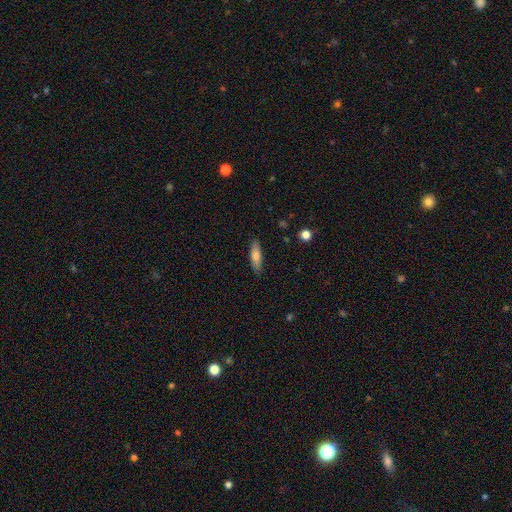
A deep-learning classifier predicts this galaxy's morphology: smooth 72%, featured or disk 22%, star or artifact 6%. Down the decision tree: how rounded — cigar-shaped (61%); merging — none (84%).